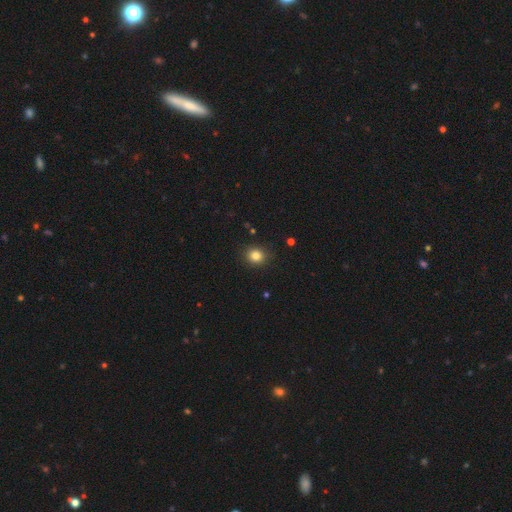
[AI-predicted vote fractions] smooth_or_featured: smooth (p=0.83) [alt: star or artifact p=0.11]
how_rounded: round (p=0.77) [alt: in between p=0.22]
merging: none (p=0.89) [alt: minor disturbance p=0.08]